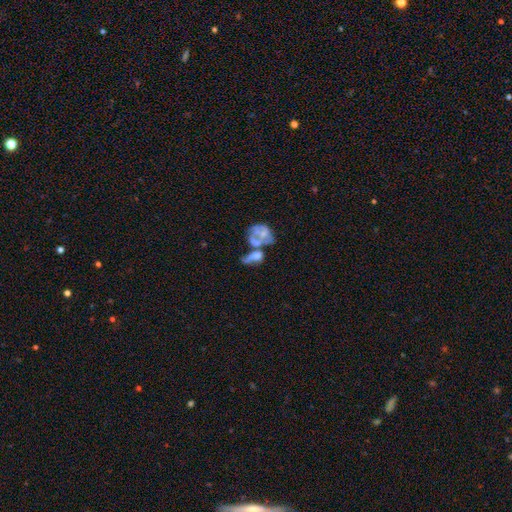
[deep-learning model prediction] smooth_or_featured: featured or disk (p=0.51) [alt: smooth p=0.39]
disk_edge_on: no (p=0.92) [alt: yes p=0.08]
merging: merger (p=0.60) [alt: major disturbance p=0.16]